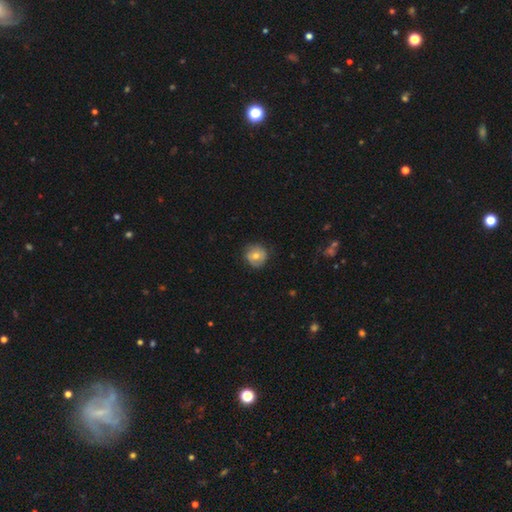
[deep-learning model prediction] smooth 67%, featured or disk 23%, star or artifact 10%. Down the decision tree: how rounded — round (90%); merging — none (81%).